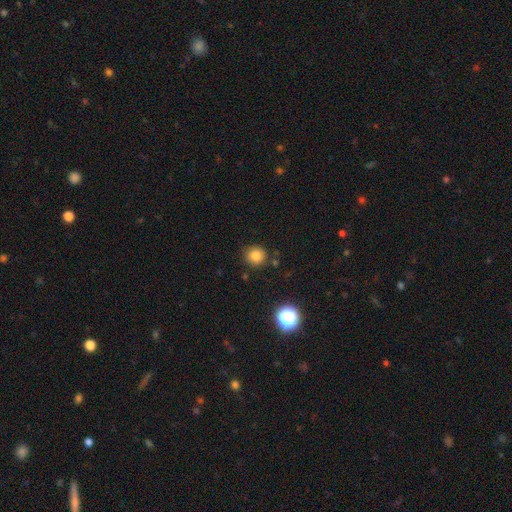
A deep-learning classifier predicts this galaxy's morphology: The model was most divided on "smooth or featured": smooth: 81%, star or artifact: 13%, featured or disk: 6%. More confident: how rounded — round (91%); merging — none (86%).